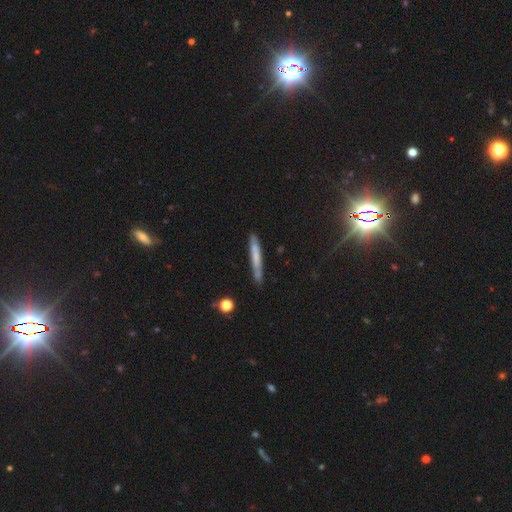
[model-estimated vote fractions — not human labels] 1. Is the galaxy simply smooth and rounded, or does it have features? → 61% smooth, 31% featured or disk, 8% star or artifact.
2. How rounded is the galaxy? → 95% cigar-shaped, 3% in between, 1% round.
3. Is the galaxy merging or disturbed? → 79% none, 15% minor disturbance, 3% merger, 3% major disturbance.